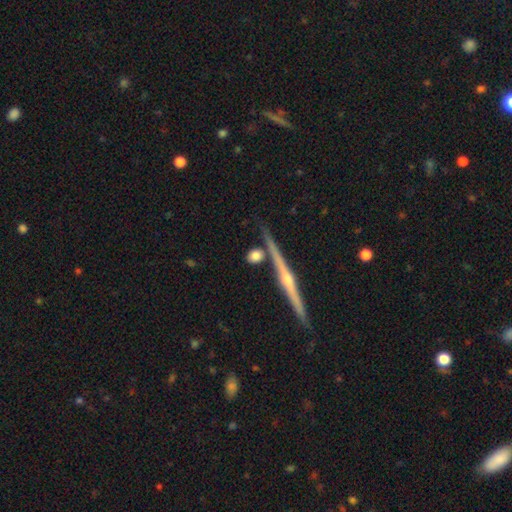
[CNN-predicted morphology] Overall: smooth (69%). How rounded: round (65%). Merging: none (74%).